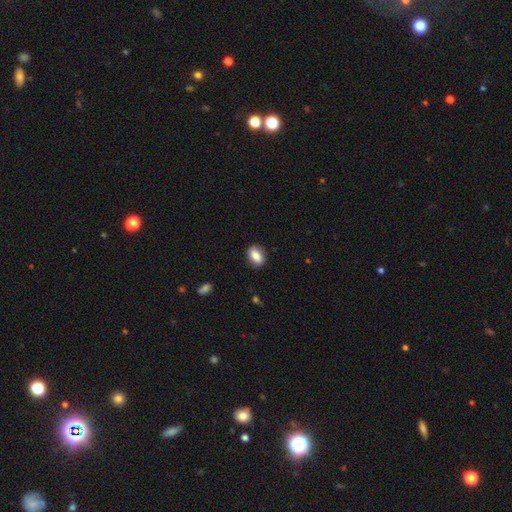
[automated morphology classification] Smooth or featured?
  - smooth: 83% *
  - featured or disk: 10%
  - star or artifact: 7%
How rounded?
  - in between: 82% *
  - round: 15%
  - cigar-shaped: 3%
Merging?
  - none: 86% *
  - minor disturbance: 10%
  - major disturbance: 2%
  - merger: 1%